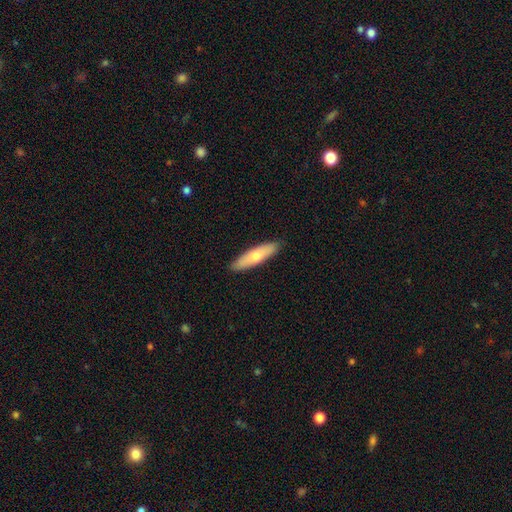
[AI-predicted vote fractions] Overall: smooth (62%; featured or disk 32%). How rounded: cigar-shaped (72%). Merging: none (91%).